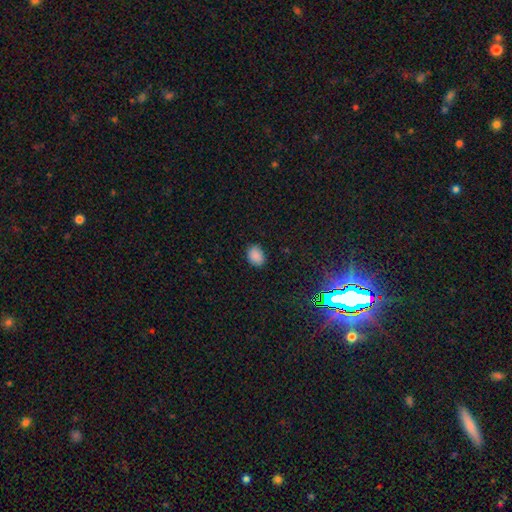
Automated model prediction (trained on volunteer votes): This appears to be a smooth galaxy with no disk features (86%) that is in between round and cigar-shaped (70%). Merging: none (86%).